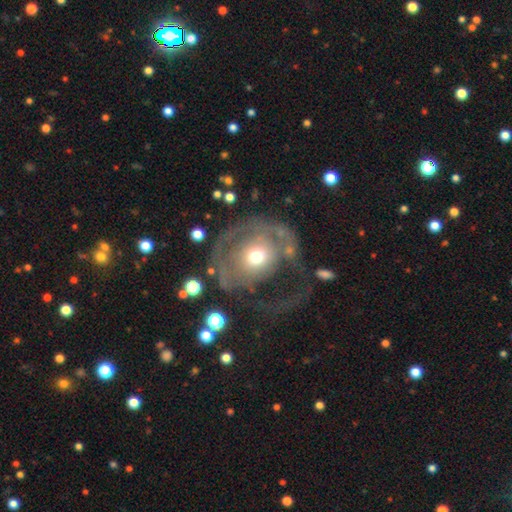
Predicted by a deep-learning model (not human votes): The model was most divided on "spiral arms": yes: 53%, no: 47%. More confident: edge-on disk — no (96%); bar — no (80%); bulge size — moderate (63%); smooth or featured — featured or disk (60%); merging — major disturbance (56%).